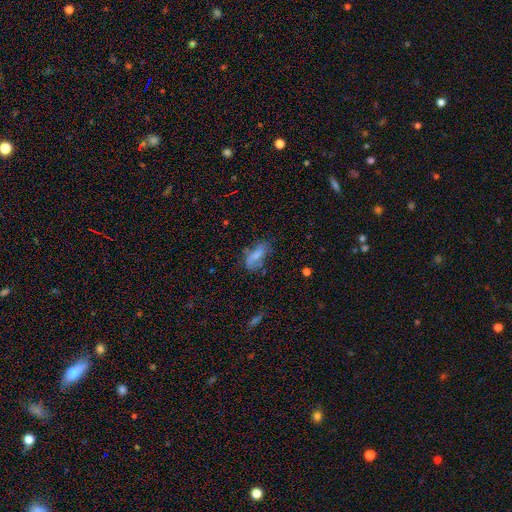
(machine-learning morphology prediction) Q: Smooth or featured?
A: smooth (65%); runner-up: featured or disk (25%)
Q: How rounded?
A: in between (76%); runner-up: cigar-shaped (20%)
Q: Merging?
A: none (44%); runner-up: minor disturbance (29%)